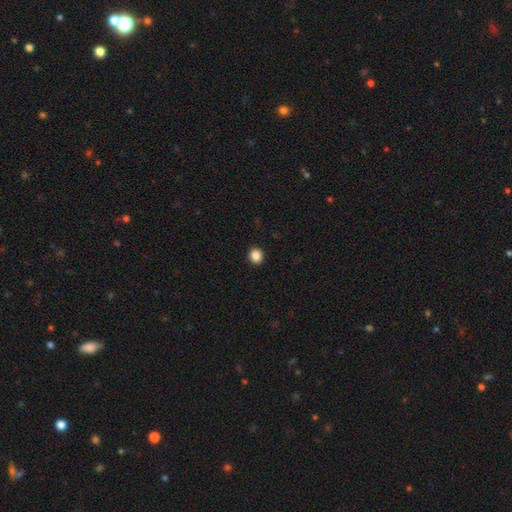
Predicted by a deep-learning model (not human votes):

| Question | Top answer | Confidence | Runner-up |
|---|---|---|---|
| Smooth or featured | smooth | 87% | star or artifact (10%) |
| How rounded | round | 78% | in between (21%) |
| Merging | none | 92% | minor disturbance (5%) |